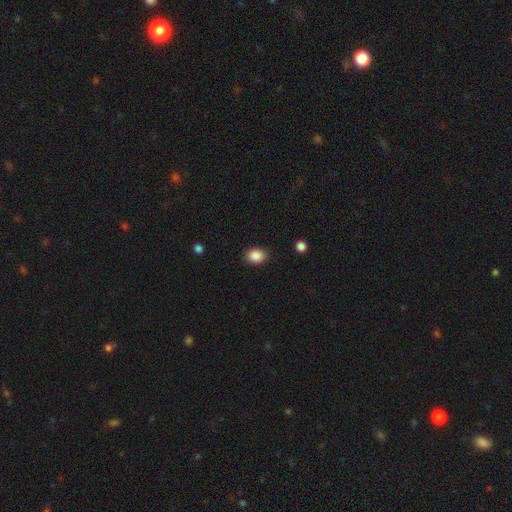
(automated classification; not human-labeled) smooth 88%, star or artifact 9%, featured or disk 3%. Down the decision tree: how rounded — in between (61%); merging — none (86%).